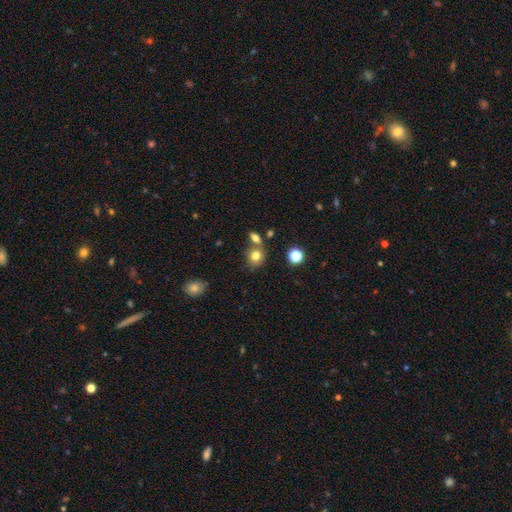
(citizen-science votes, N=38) smooth-or-featured: smooth: 92% | star or artifact: 5% | featured or disk: 3%
  how-rounded: round: 77% | in between: 23% | cigar-shaped: 0%
  merging: none: 81% | merger: 11% | minor disturbance: 8% | major disturbance: 0%